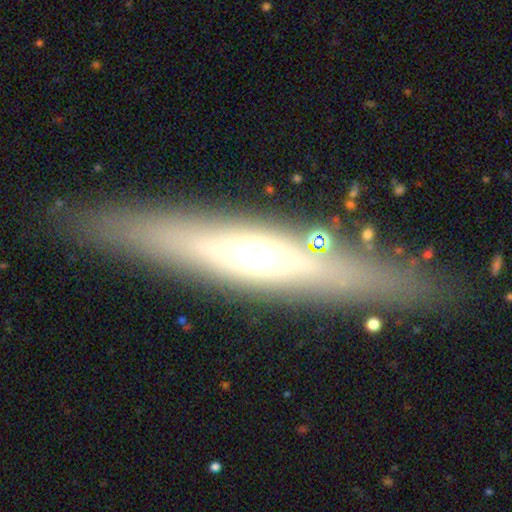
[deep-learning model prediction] A featured or disk galaxy (61%) viewed edge-on (84%) with a rounded central bulge (85%). Merging: none (87%).